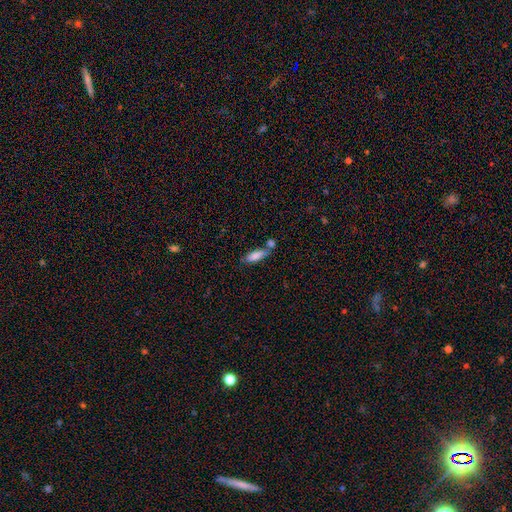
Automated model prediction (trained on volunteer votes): Smooth or featured?
  - smooth: 81% *
  - featured or disk: 12%
  - star or artifact: 7%
How rounded?
  - in between: 60% *
  - cigar-shaped: 38%
  - round: 2%
Merging?
  - none: 51% *
  - merger: 30%
  - minor disturbance: 15%
  - major disturbance: 4%